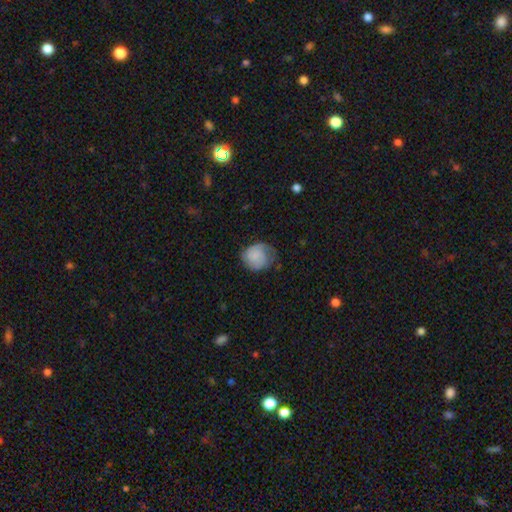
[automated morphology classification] This appears to be a smooth galaxy with no disk features (62%) that is round (71%). Merging: none (47%).